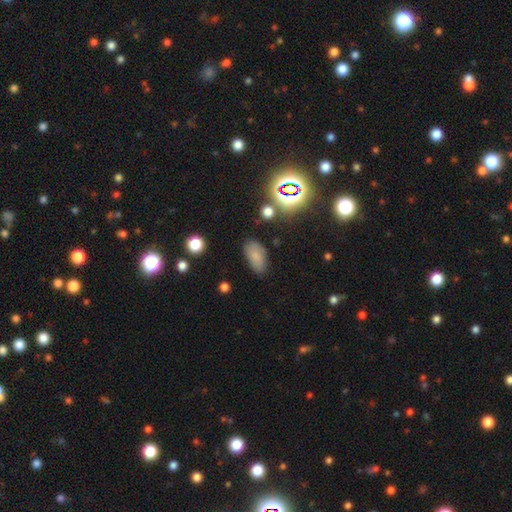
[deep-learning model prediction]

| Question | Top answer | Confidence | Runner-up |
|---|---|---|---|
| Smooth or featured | smooth | 75% | star or artifact (15%) |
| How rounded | in between | 92% | round (5%) |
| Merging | none | 76% | minor disturbance (17%) |